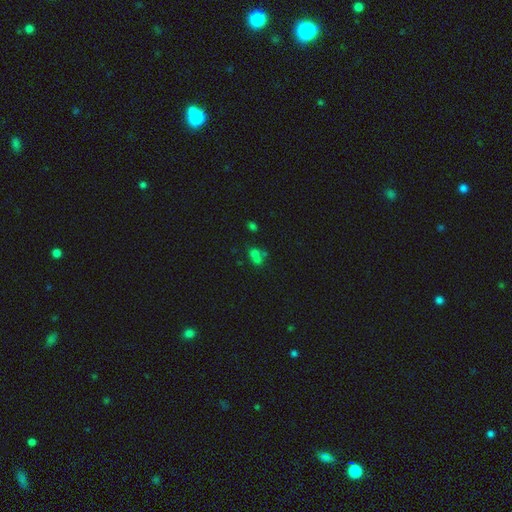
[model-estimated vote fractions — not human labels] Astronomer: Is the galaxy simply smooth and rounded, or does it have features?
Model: smooth — 56%.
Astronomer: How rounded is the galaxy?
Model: in between — 53% (runner-up: round, 44%).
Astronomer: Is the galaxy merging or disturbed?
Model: merger — 48% (runner-up: none, 32%).